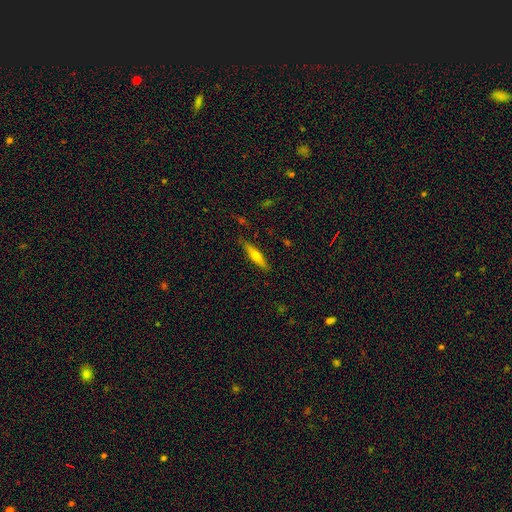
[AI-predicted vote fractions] A smooth galaxy with no disk features (53%) that is cigar-shaped (83%).

Vote fractions:
- Smooth or featured? smooth: 53% / featured or disk: 40% / star or artifact: 7%
- How rounded? cigar-shaped: 83% / in between: 15% / round: 2%
- Merging? none: 84% / minor disturbance: 12% / major disturbance: 3% / merger: 2%